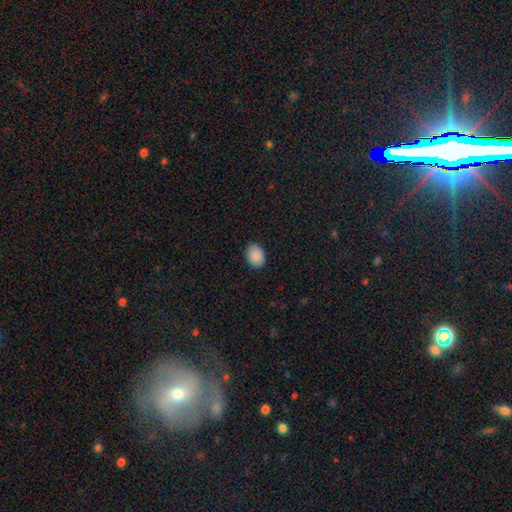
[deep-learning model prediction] Morphology: type=smooth (90%); roundness=in between (74%); merging=none (88%).